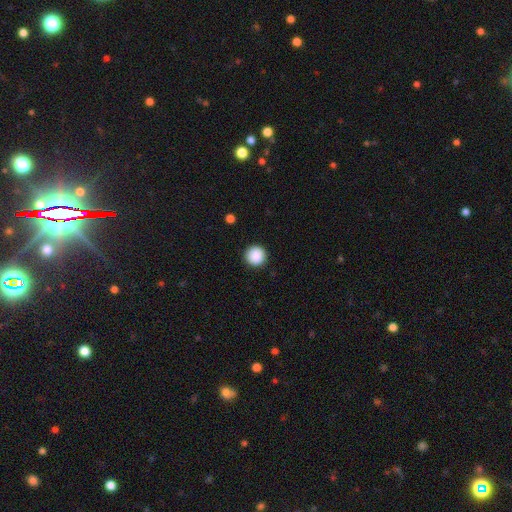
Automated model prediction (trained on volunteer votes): smooth 89%, star or artifact 9%, featured or disk 2%. Down the decision tree: how rounded — round (96%); merging — none (93%).